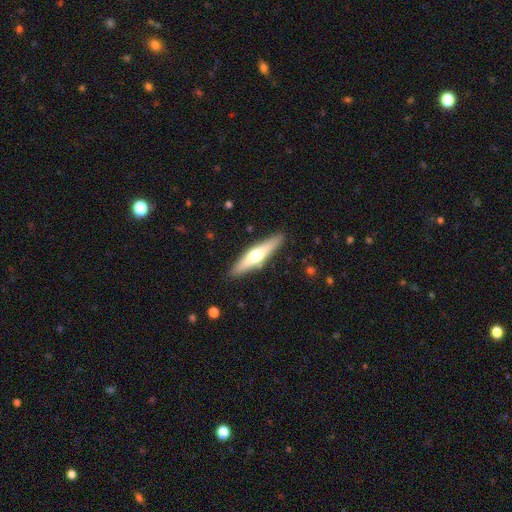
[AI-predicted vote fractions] Smooth or featured? Predicted: featured or disk (p=0.48). Merging? Predicted: none (p=0.89).